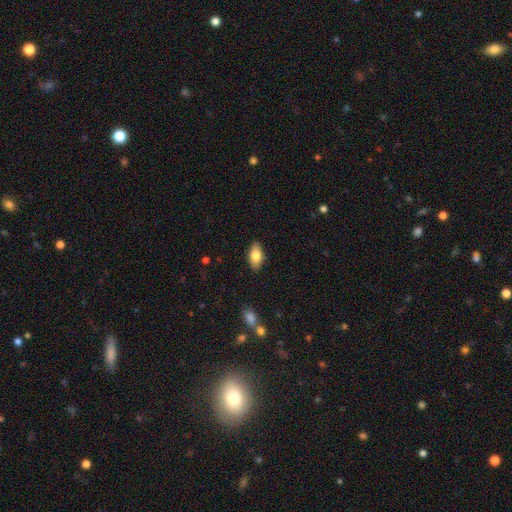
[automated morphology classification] Smooth or featured? Predicted: smooth (p=0.77). How rounded? Predicted: in between (p=0.89). Merging? Predicted: none (p=0.88).